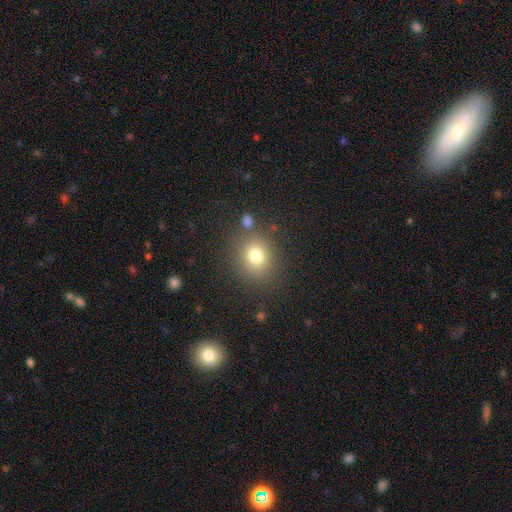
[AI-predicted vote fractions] Smooth or featured?
  - smooth: 77% *
  - star or artifact: 14%
  - featured or disk: 9%
How rounded?
  - round: 76% *
  - in between: 24%
  - cigar-shaped: 1%
Merging?
  - none: 79% *
  - minor disturbance: 10%
  - merger: 6%
  - major disturbance: 5%